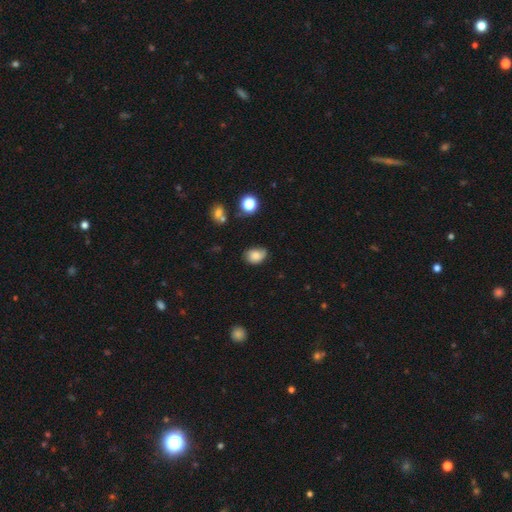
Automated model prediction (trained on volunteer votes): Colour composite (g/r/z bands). It shows a smooth galaxy with no disk features (73%) that is in between round and cigar-shaped (70%). Merging: none (60%).